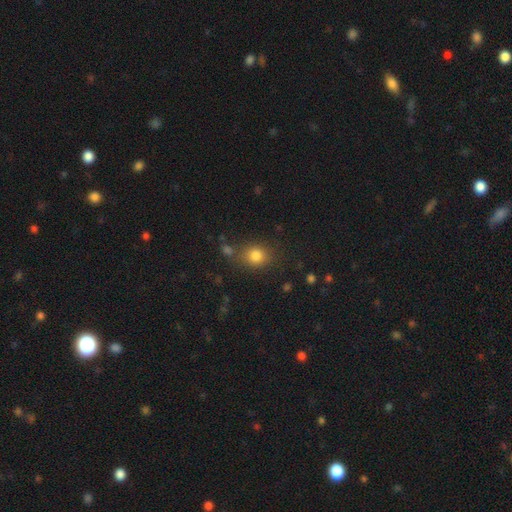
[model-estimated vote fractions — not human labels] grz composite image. It shows a smooth galaxy with no disk features (82%) that is round (65%). Merging: none (74%).